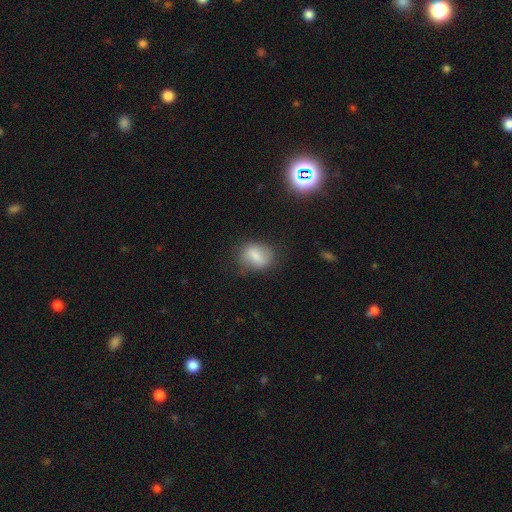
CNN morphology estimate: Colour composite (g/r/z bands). It shows a smooth galaxy with no disk features (73%) that is in between round and cigar-shaped (61%). Merging: none (67%).